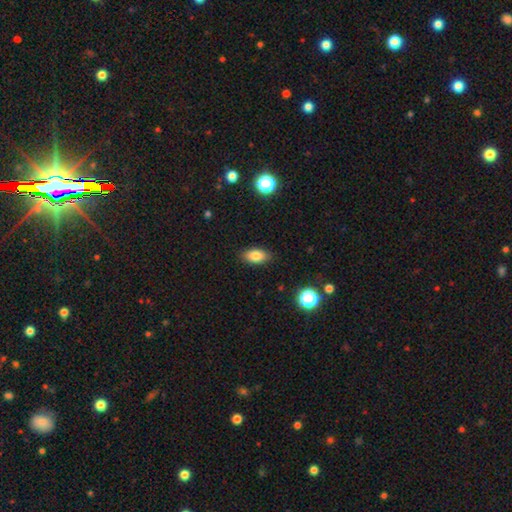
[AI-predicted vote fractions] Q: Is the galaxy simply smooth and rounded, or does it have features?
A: smooth — 82%.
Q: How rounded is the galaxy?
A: in between — 89%.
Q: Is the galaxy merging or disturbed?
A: none — 87%.